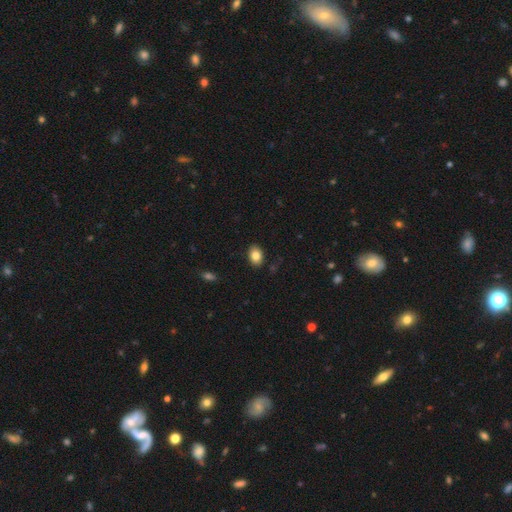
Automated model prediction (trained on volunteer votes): smooth-or-featured: smooth: 84% | star or artifact: 8% | featured or disk: 8%
  how-rounded: in between: 80% | round: 19% | cigar-shaped: 1%
  merging: none: 88% | minor disturbance: 9% | major disturbance: 2% | merger: 1%